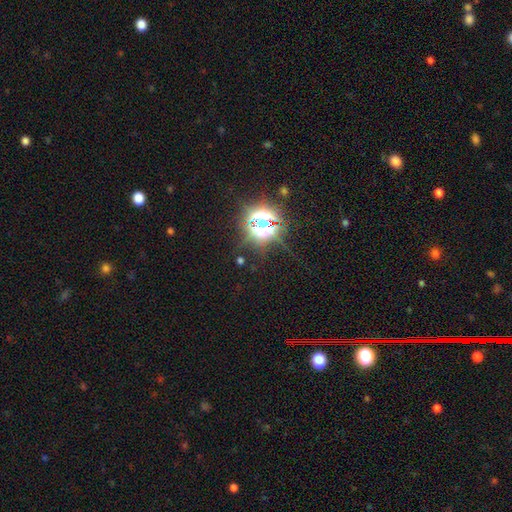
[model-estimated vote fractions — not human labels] Smooth or featured: star or artifact — 83% (smooth — 11%)